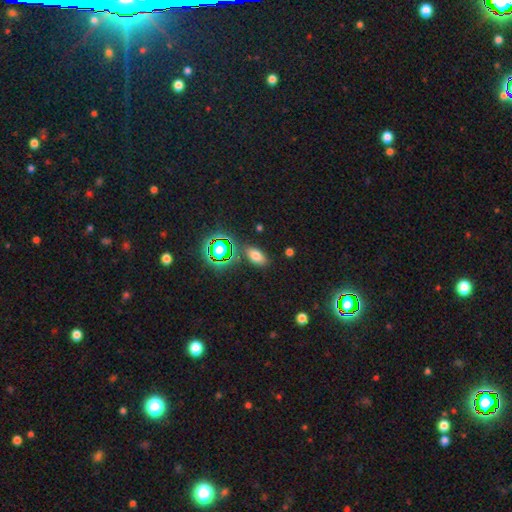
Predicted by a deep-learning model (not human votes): Smooth or featured?
  - smooth: 66% *
  - star or artifact: 24%
  - featured or disk: 10%
How rounded?
  - in between: 86% *
  - round: 9%
  - cigar-shaped: 5%
Merging?
  - none: 81% *
  - minor disturbance: 12%
  - merger: 4%
  - major disturbance: 4%